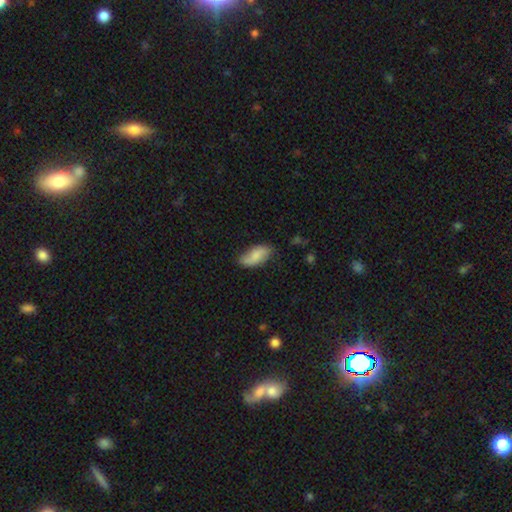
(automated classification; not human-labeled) Smooth or featured: smooth — 71% (featured or disk — 22%)
How rounded: in between — 90% (cigar-shaped — 8%)
Merging: none — 65% (minor disturbance — 27%)